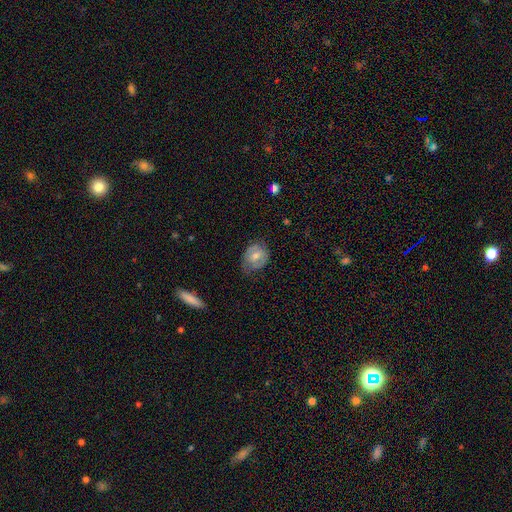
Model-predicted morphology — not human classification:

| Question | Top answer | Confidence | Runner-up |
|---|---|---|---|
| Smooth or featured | smooth | 50% | featured or disk (43%) |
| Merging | none | 56% | minor disturbance (31%) |